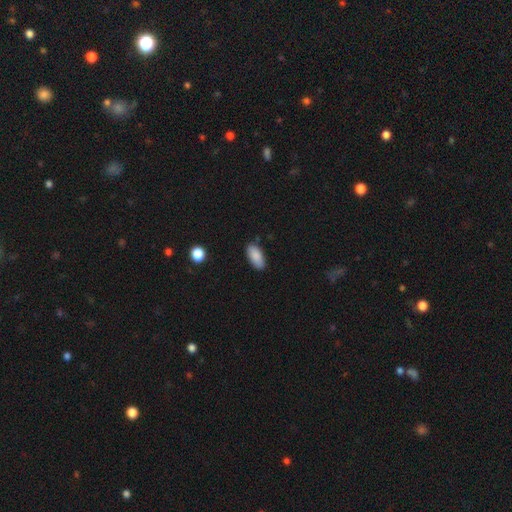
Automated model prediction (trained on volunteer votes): smooth 87%, star or artifact 7%, featured or disk 6%. Down the decision tree: how rounded — in between (91%); merging — none (84%).